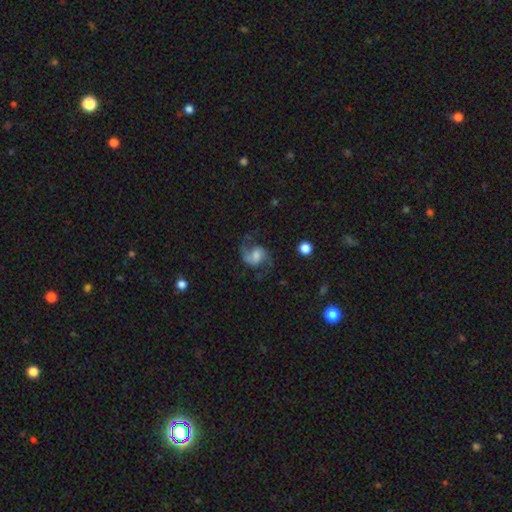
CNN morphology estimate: smooth-or-featured: featured or disk: 81% | smooth: 12% | star or artifact: 7%
  disk-edge-on: no: 98% | yes: 2%
    bar: no: 48% | weak: 42% | strong: 11%
    has-spiral-arms: yes: 97% | no: 3%
      spiral-winding: medium: 46% | loose: 45% | tight: 8%
      spiral-arm-count: 2: 93% | 1: 2% | can't tell: 2% | 3: 1% | 4: 1% | more than 4: 1%
    bulge-size: moderate: 40% | large: 23% | small: 20% | none: 14% | dominant: 3%
  merging: none: 72% | minor disturbance: 16% | major disturbance: 11% | merger: 2%